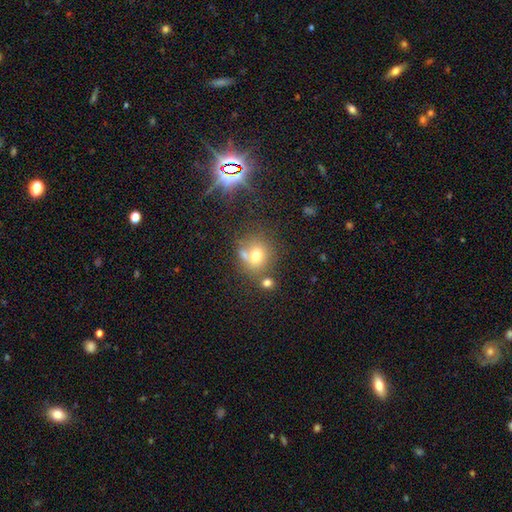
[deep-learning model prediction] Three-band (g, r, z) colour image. It shows a smooth galaxy with no disk features (69%) that is round (76%). Merging: none (56%).